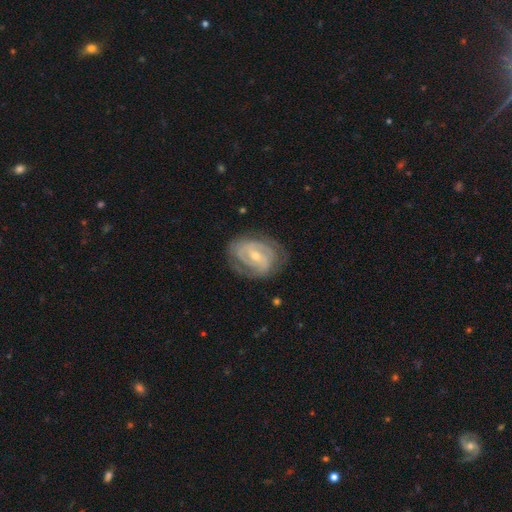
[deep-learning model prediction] A featured or disk galaxy (84%) with a weak bar (45%), 2 (55%) tight (60%) spiral arms (92%) and a small central bulge (56%). Merging: none (73%).